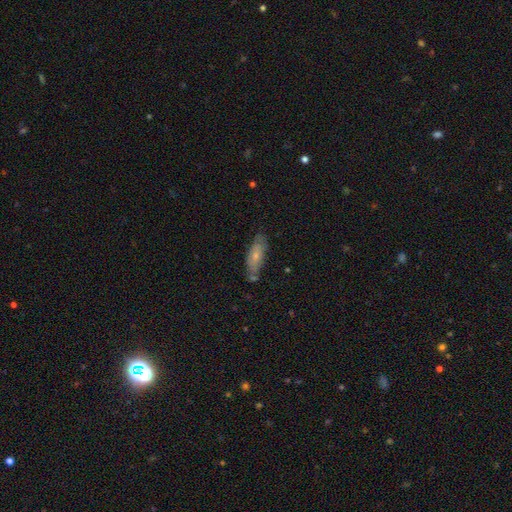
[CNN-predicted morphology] Smooth or featured? smooth (63%)
How rounded? in between (63%)
Merging? none (68%)